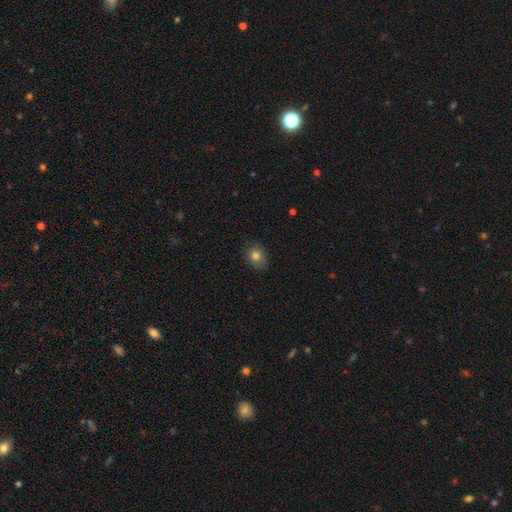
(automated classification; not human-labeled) smooth-or-featured: smooth: 81% | star or artifact: 11% | featured or disk: 8%
  how-rounded: in between: 50% | round: 49% | cigar-shaped: 1%
  merging: none: 83% | minor disturbance: 13% | major disturbance: 3% | merger: 1%